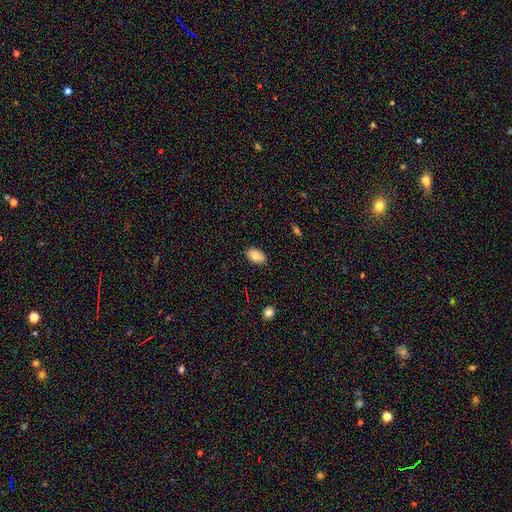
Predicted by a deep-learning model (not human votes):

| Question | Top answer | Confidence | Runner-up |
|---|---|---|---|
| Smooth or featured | smooth | 84% | featured or disk (9%) |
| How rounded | in between | 93% | round (6%) |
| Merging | none | 85% | minor disturbance (11%) |